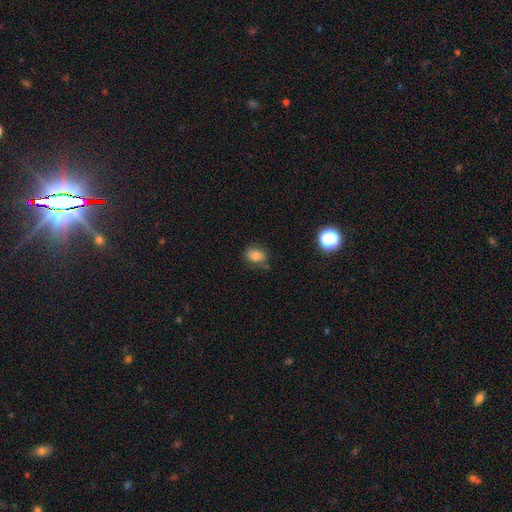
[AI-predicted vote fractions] Smooth or featured? smooth (79%)
How rounded? in between (62%)
Merging? none (68%)